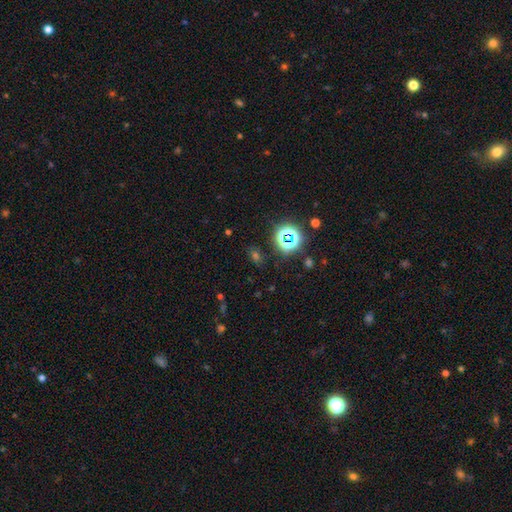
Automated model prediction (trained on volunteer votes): Morphology: type=star or artifact (57%).